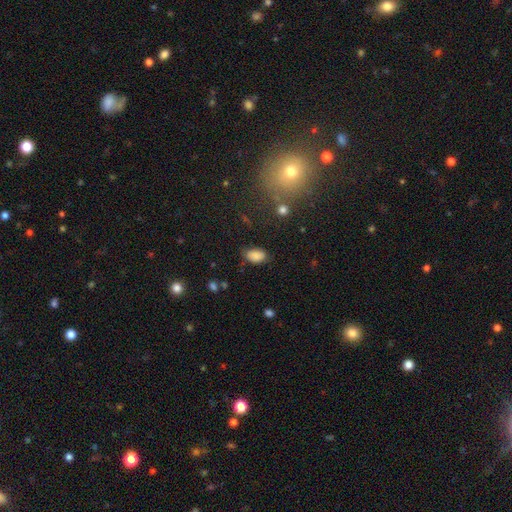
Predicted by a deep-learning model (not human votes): A smooth galaxy with no disk features (85%) that is in between round and cigar-shaped (91%). Merging: none (73%).